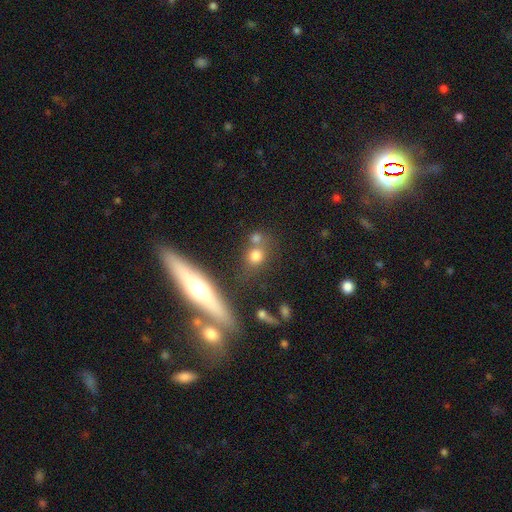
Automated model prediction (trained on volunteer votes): Smooth or featured? Predicted: smooth (p=0.74). How rounded? Predicted: round (p=0.73). Merging? Predicted: none (p=0.58).